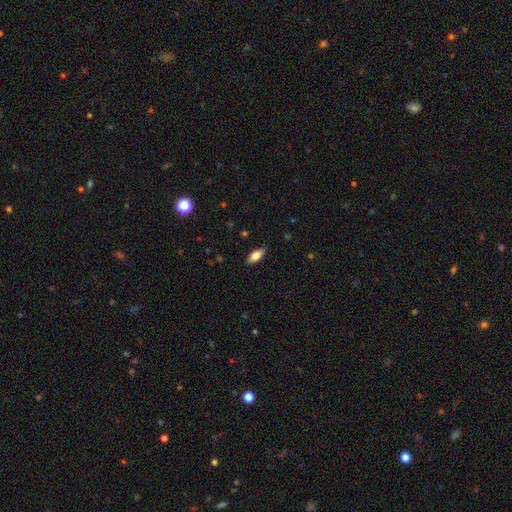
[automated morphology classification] Smooth or featured: smooth — 75% (featured or disk — 18%)
How rounded: in between — 79% (cigar-shaped — 18%)
Merging: none — 87% (minor disturbance — 10%)